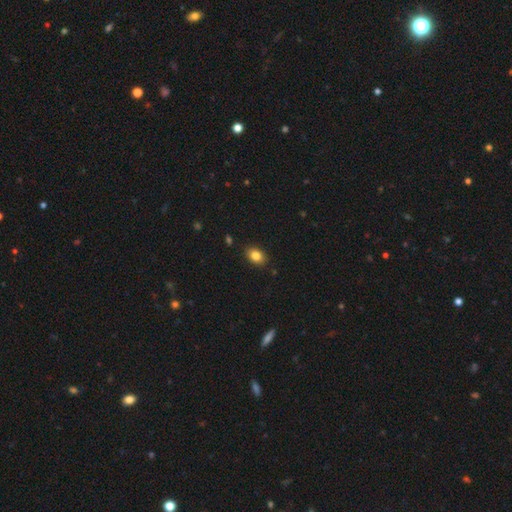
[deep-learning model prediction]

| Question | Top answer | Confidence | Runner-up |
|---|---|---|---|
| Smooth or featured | smooth | 84% | star or artifact (9%) |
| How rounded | in between | 77% | round (21%) |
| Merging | none | 87% | minor disturbance (10%) |